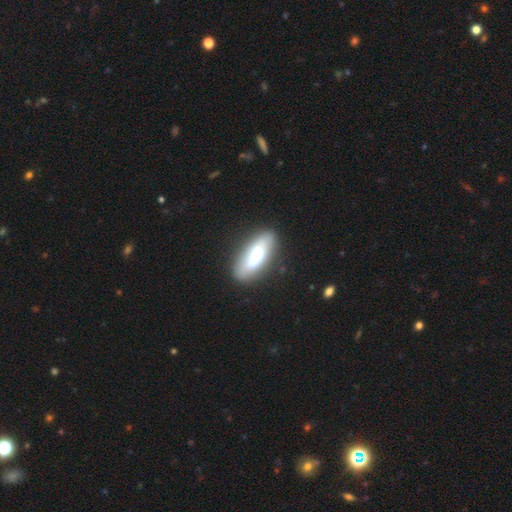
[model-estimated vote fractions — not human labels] Smooth or featured? Predicted: smooth (p=0.70). How rounded? Predicted: in between (p=0.63). Merging? Predicted: none (p=0.81).